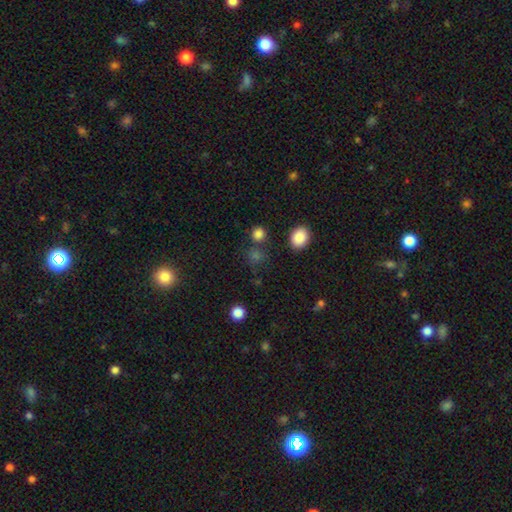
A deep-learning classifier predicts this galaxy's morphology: Smooth or featured? Predicted: smooth (p=0.69). How rounded? Predicted: round (p=0.84). Merging? Predicted: none (p=0.77).